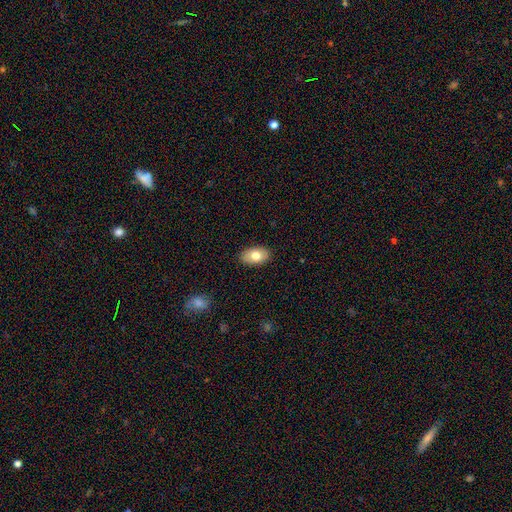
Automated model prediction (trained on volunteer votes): This is likely a smooth galaxy (77%). How rounded: clearly in between (92%). Merging: clearly none (88%).